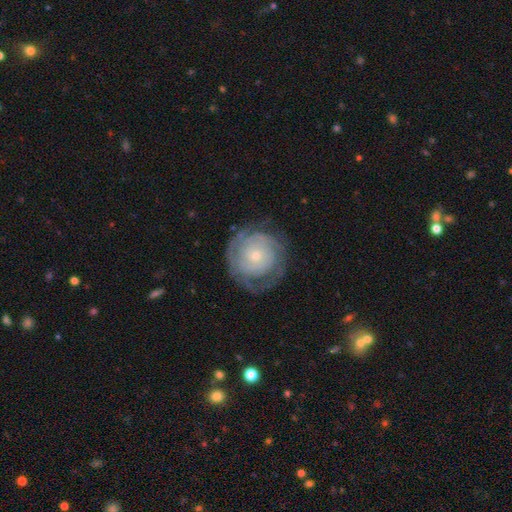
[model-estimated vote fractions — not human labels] This is likely a featured or disk galaxy (78%). It is clearly not viewed edge-on (97%). Bar: clearly no (82%). Spiral arm pattern: clearly yes (89%). Spiral arm count: marginally can't tell (42%). Spiral winding: likely tight (77%). Central bulge: likely small (74%). Merging: likely none (72%).